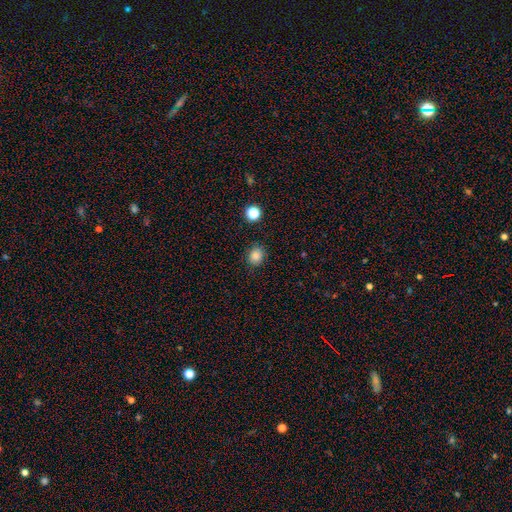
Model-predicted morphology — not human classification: Smooth or featured?
  - smooth: 84% *
  - star or artifact: 12%
  - featured or disk: 4%
How rounded?
  - round: 69% *
  - in between: 30%
  - cigar-shaped: 1%
Merging?
  - none: 86% *
  - minor disturbance: 9%
  - major disturbance: 3%
  - merger: 2%